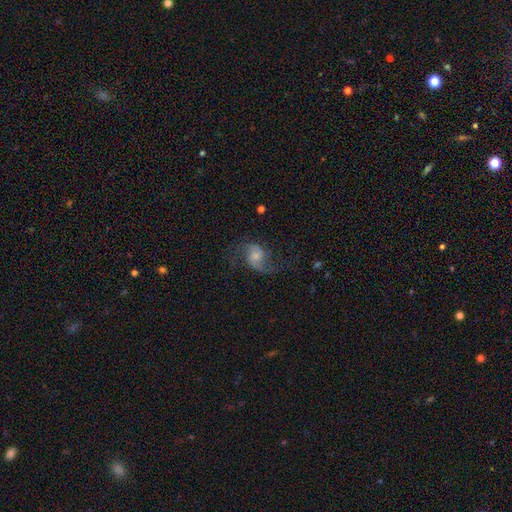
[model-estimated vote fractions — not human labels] smooth_or_featured: featured or disk (p=0.68) [alt: smooth p=0.23]
disk_edge_on: no (p=0.97) [alt: yes p=0.03]
bar: no (p=0.59) [alt: weak p=0.35]
has_spiral_arms: yes (p=0.91) [alt: no p=0.09]
spiral_winding: loose (p=0.67) [alt: medium p=0.28]
spiral_arm_count: 2 (p=0.86) [alt: 1 p=0.07]
bulge_size: moderate (p=0.40) [alt: small p=0.30]
merging: none (p=0.54) [alt: major disturbance p=0.25]